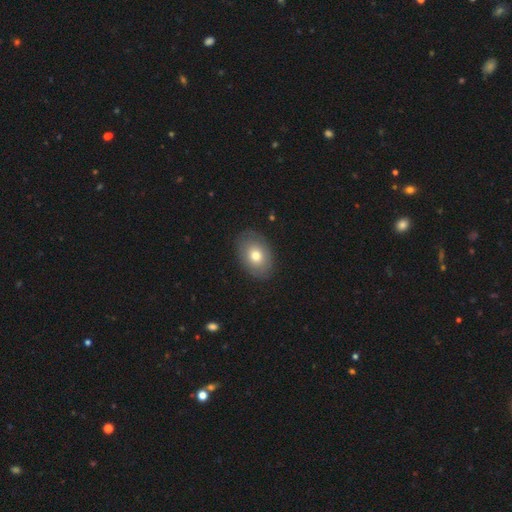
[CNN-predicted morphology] smooth-or-featured: smooth: 73% | featured or disk: 19% | star or artifact: 8%
  how-rounded: in between: 79% | round: 20% | cigar-shaped: 1%
  merging: none: 86% | minor disturbance: 10% | major disturbance: 3% | merger: 1%